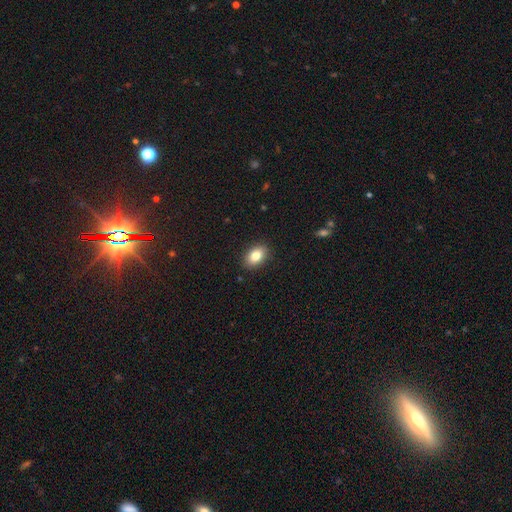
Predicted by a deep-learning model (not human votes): A smooth galaxy with no disk features (83%) that is in between round and cigar-shaped (87%). Merging: none (89%).